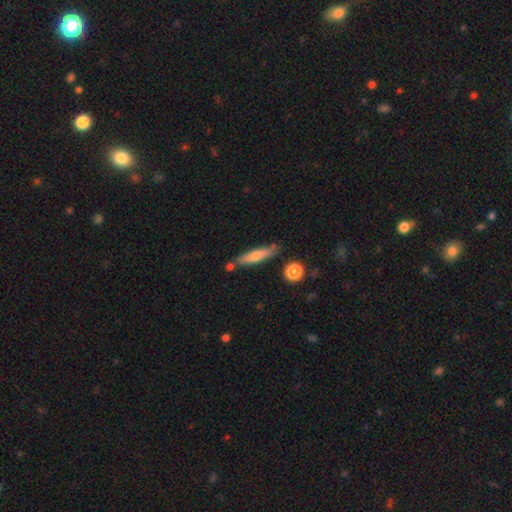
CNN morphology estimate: smooth-or-featured: smooth: 57% | featured or disk: 36% | star or artifact: 7%
  how-rounded: cigar-shaped: 83% | in between: 15% | round: 2%
  merging: none: 78% | minor disturbance: 13% | merger: 6% | major disturbance: 3%